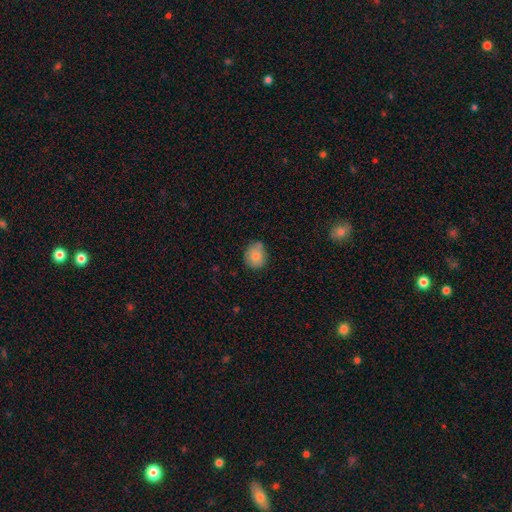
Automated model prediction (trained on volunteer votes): smooth-or-featured: smooth: 82% | featured or disk: 10% | star or artifact: 8%
  how-rounded: round: 68% | in between: 31% | cigar-shaped: 1%
  merging: none: 65% | minor disturbance: 27% | merger: 4% | major disturbance: 4%